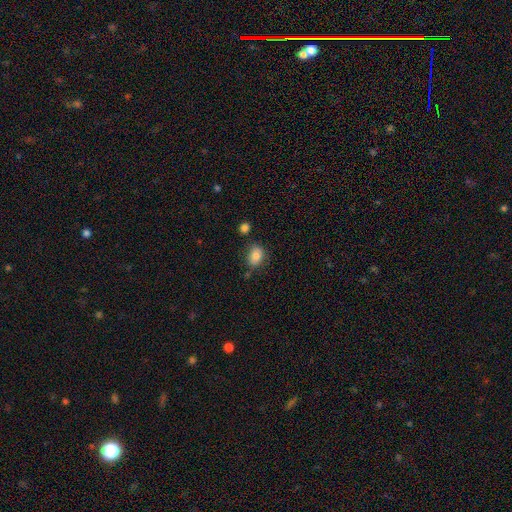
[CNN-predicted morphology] A smooth galaxy with no disk features (83%) that is in between round and cigar-shaped (69%).

Vote fractions:
- Smooth or featured? smooth: 83% / star or artifact: 9% / featured or disk: 8%
- How rounded? in between: 69% / round: 30% / cigar-shaped: 1%
- Merging? none: 73% / minor disturbance: 17% / merger: 6% / major disturbance: 4%